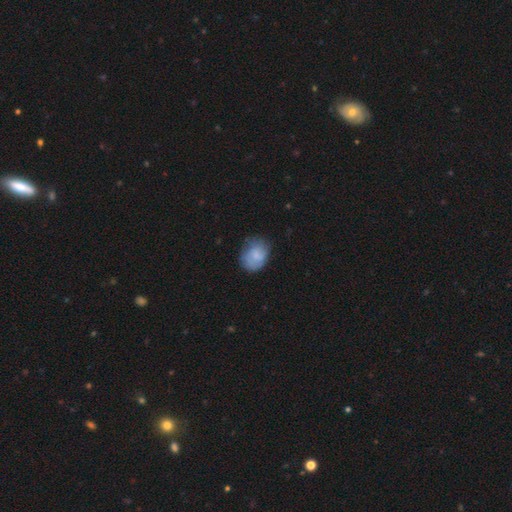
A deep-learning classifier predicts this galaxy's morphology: Smooth or featured: smooth — 67% (featured or disk — 26%)
How rounded: in between — 57% (round — 42%)
Merging: none — 63% (minor disturbance — 26%)